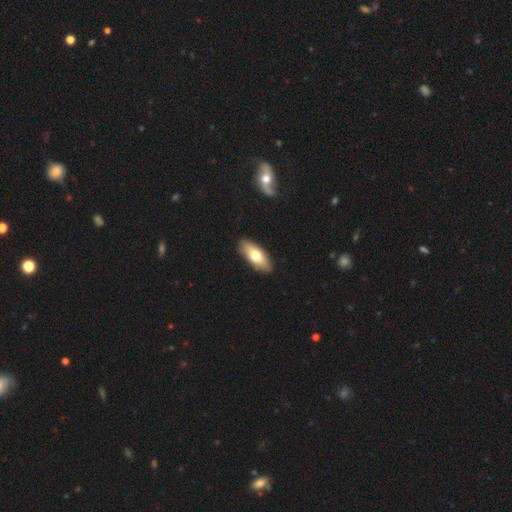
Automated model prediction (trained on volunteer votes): Smooth or featured? smooth (70%)
How rounded? in between (80%)
Merging? none (89%)